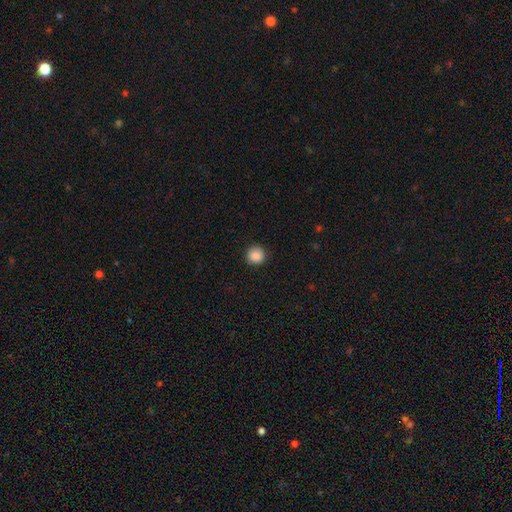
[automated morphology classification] Smooth or featured?
  - smooth: 88% *
  - star or artifact: 9%
  - featured or disk: 3%
How rounded?
  - round: 93% *
  - in between: 6%
  - cigar-shaped: 1%
Merging?
  - none: 91% *
  - minor disturbance: 6%
  - major disturbance: 2%
  - merger: 1%